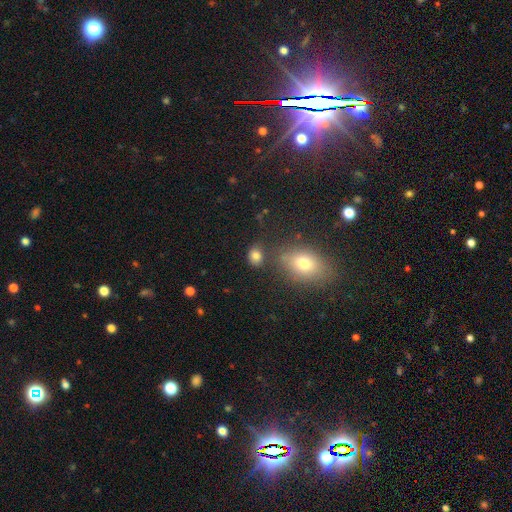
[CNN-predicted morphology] type=smooth (81%); roundness=in between (54%); merging=none (74%).